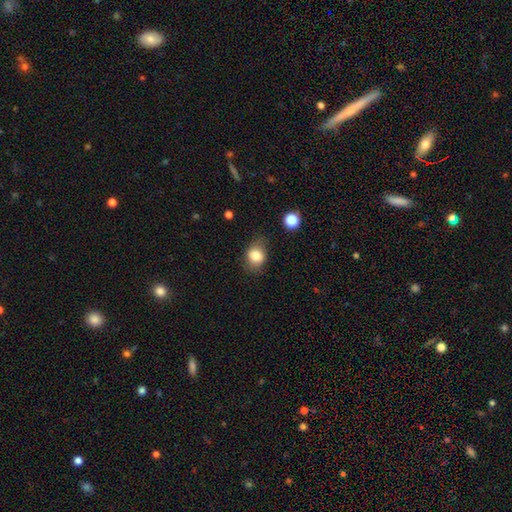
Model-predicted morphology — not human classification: This appears to be a smooth galaxy with no disk features (81%) that is in between round and cigar-shaped (54%). Merging: none (71%).